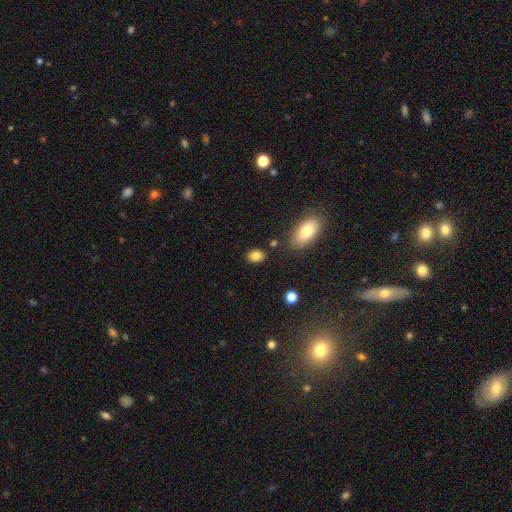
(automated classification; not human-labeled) The model was most divided on "how rounded": in between: 58%, round: 40%, cigar-shaped: 2%. More confident: smooth or featured — smooth (84%); merging — none (82%).